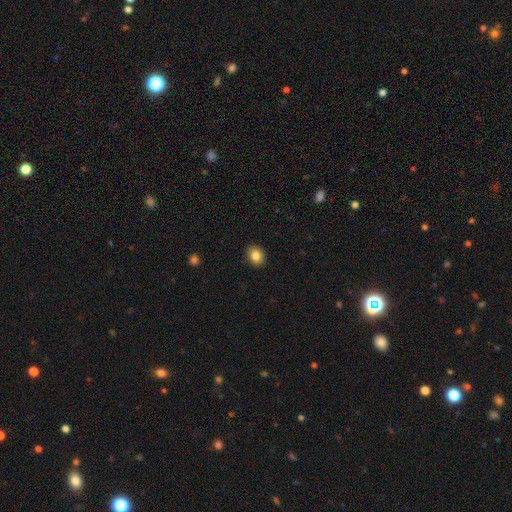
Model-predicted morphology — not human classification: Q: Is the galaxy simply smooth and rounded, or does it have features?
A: smooth — 85%.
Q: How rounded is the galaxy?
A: round — 55%.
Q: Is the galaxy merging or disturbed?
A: none — 89%.